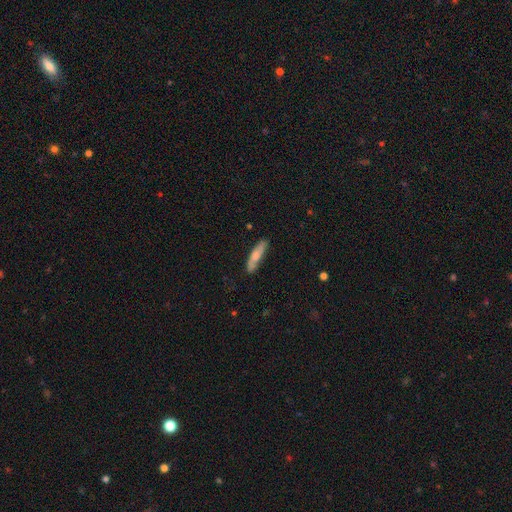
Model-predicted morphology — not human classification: smooth 65%, featured or disk 29%, star or artifact 6%. Down the decision tree: how rounded — cigar-shaped (70%); merging — none (76%).